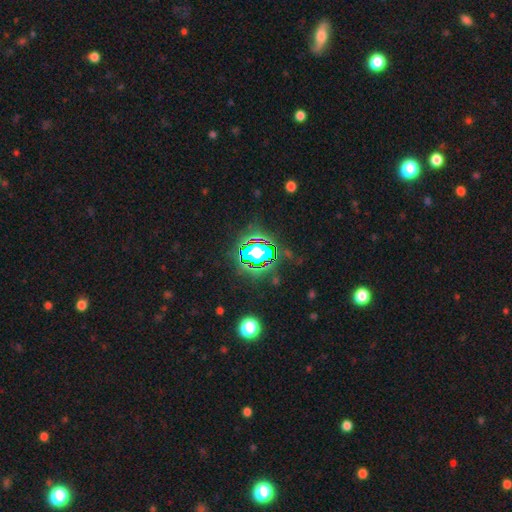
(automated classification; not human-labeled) The model was most divided on "smooth or featured": star or artifact: 68%, smooth: 19%, featured or disk: 14%.